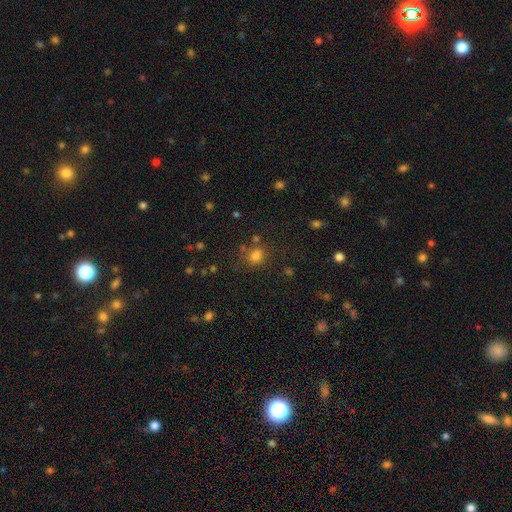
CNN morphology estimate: A smooth galaxy with no disk features (76%) that is round (75%). Merging: none (70%).